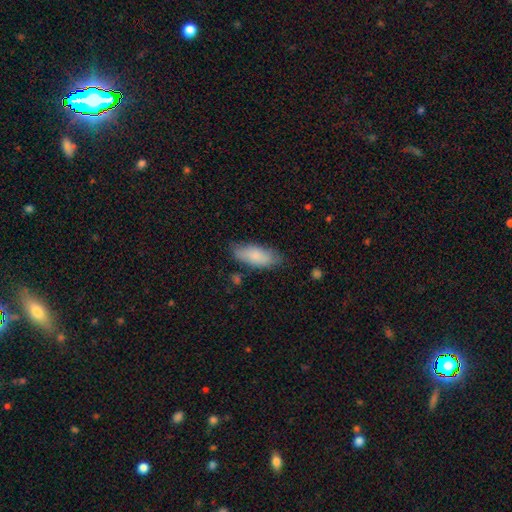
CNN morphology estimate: Smooth or featured? Predicted: smooth (p=0.83). How rounded? Predicted: in between (p=0.78). Merging? Predicted: none (p=0.74).